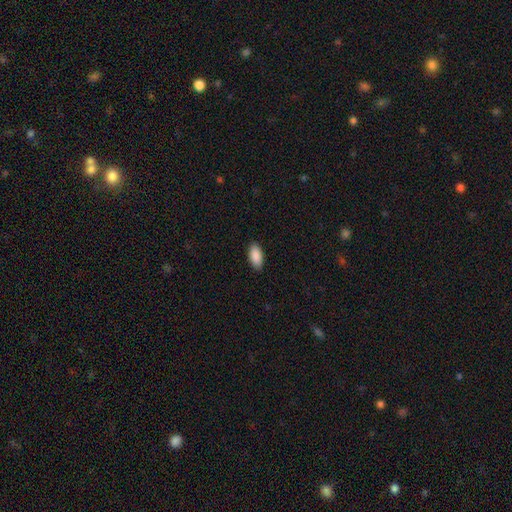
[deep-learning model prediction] smooth_or_featured: smooth (p=0.90) [alt: star or artifact p=0.06]
how_rounded: in between (p=0.93) [alt: cigar-shaped p=0.05]
merging: none (p=0.89) [alt: minor disturbance p=0.08]